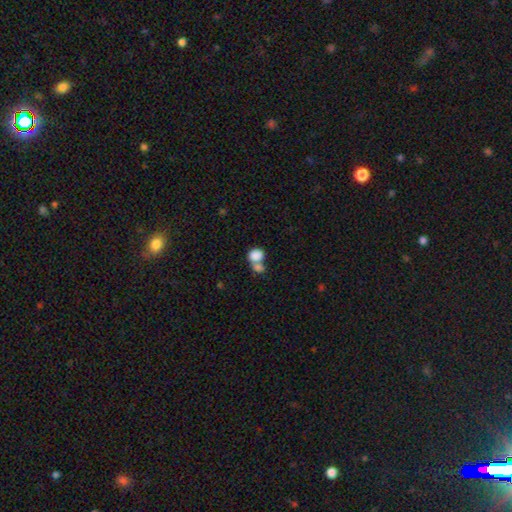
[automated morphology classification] Smooth or featured: smooth — 83% (featured or disk — 9%)
How rounded: round — 57% (in between — 42%)
Merging: merger — 62% (none — 27%)